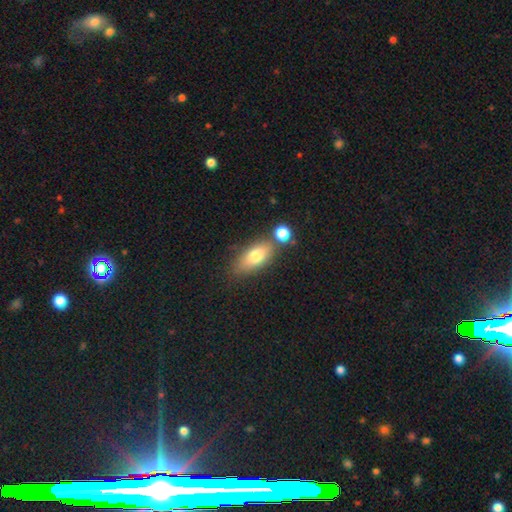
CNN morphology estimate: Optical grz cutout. It shows a smooth galaxy with no disk features (76%) that is in between round and cigar-shaped (82%). Merging: none (64%).